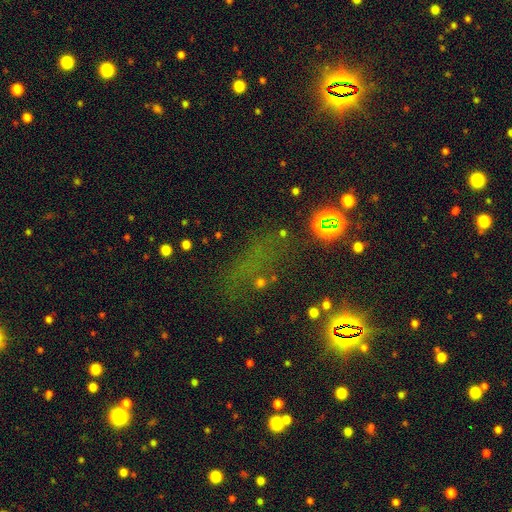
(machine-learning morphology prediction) star or artifact 65%, smooth 25%, featured or disk 11%.